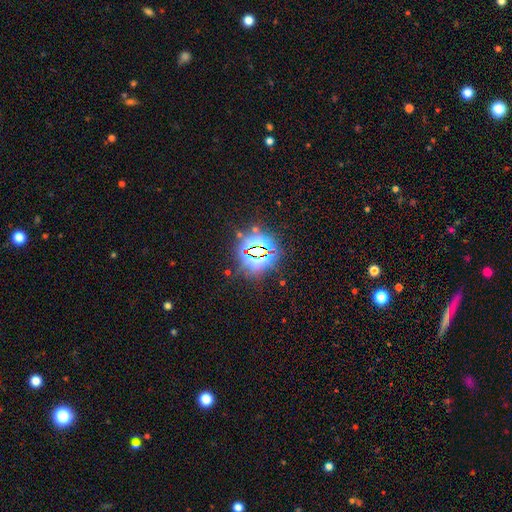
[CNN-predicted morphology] Smooth or featured: star or artifact — 81% (smooth — 11%)